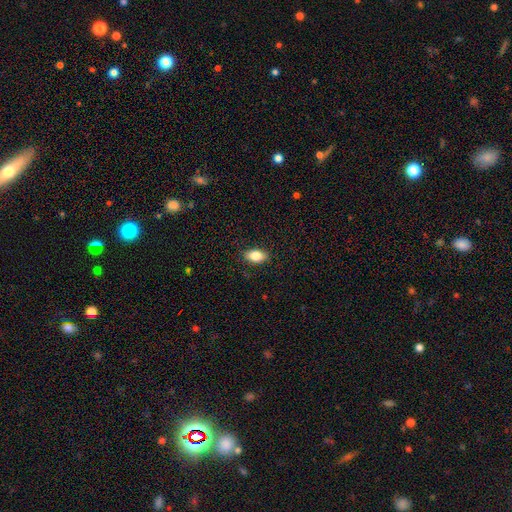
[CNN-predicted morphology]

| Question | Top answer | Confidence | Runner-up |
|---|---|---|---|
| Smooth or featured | smooth | 84% | featured or disk (8%) |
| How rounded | in between | 88% | round (9%) |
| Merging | none | 87% | minor disturbance (10%) |